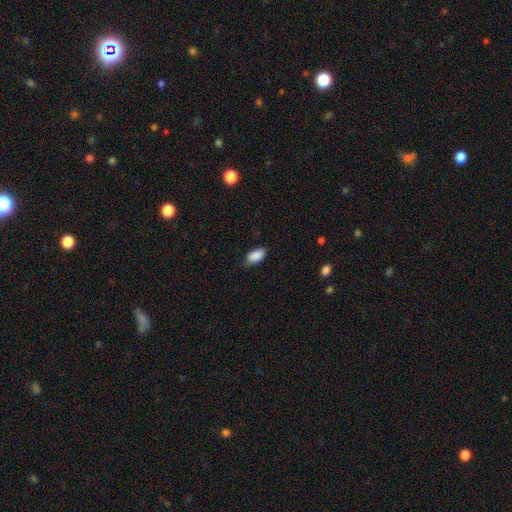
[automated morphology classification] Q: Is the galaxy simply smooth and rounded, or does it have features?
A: smooth — 89%.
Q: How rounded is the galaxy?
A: in between — 92%.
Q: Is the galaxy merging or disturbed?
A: none — 77%.